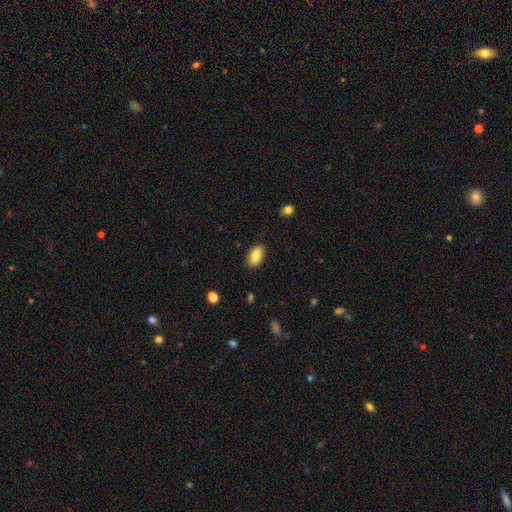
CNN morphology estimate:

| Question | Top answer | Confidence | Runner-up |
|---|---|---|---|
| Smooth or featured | smooth | 84% | featured or disk (9%) |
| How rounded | in between | 92% | round (5%) |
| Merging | none | 86% | minor disturbance (10%) |